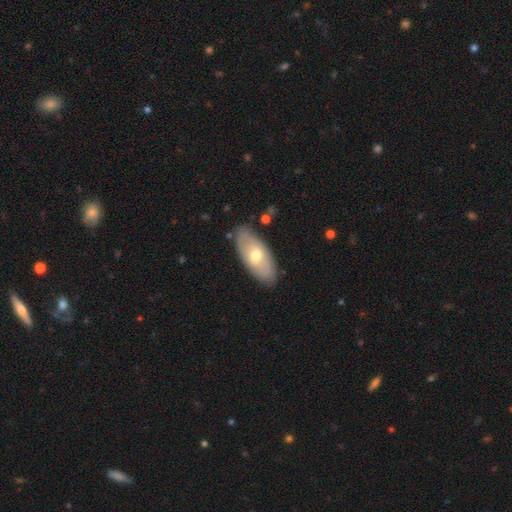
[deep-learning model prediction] Smooth or featured: smooth — 53% (featured or disk — 41%)
How rounded: in between — 87% (cigar-shaped — 10%)
Merging: none — 83% (minor disturbance — 13%)